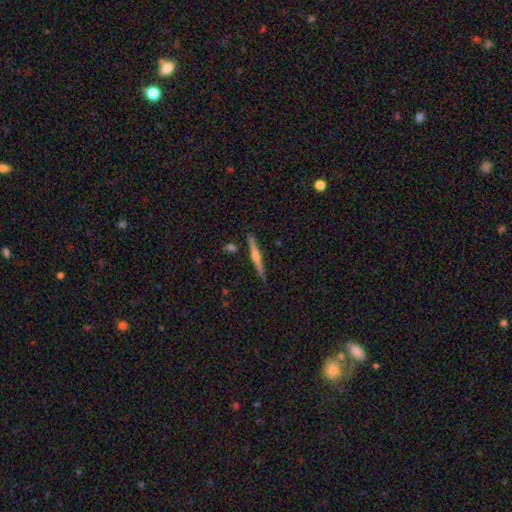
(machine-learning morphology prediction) This appears to be a featured or disk galaxy (74%) viewed edge-on (98%) with a rounded central bulge (89%). Merging: none (89%).